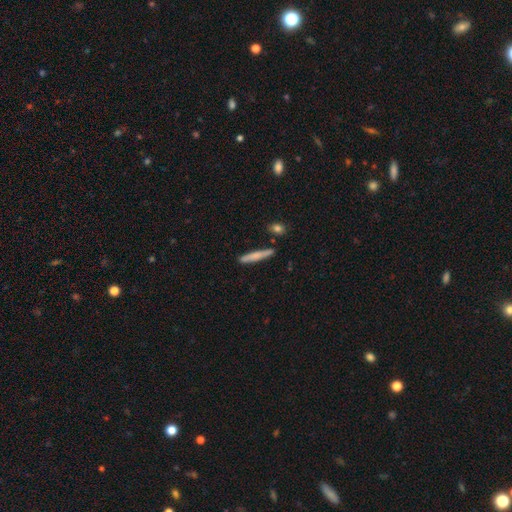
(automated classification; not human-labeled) A smooth galaxy with no disk features (71%) that is cigar-shaped (93%). Merging: none (84%).